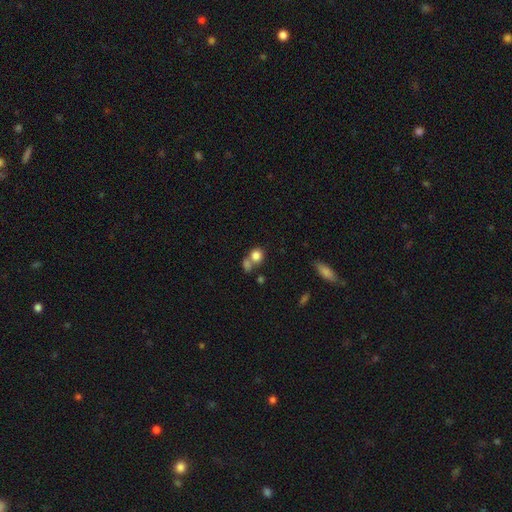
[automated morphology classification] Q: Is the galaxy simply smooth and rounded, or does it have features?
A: smooth — 81%.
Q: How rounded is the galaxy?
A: round — 77%.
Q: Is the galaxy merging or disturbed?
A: none — 47%.